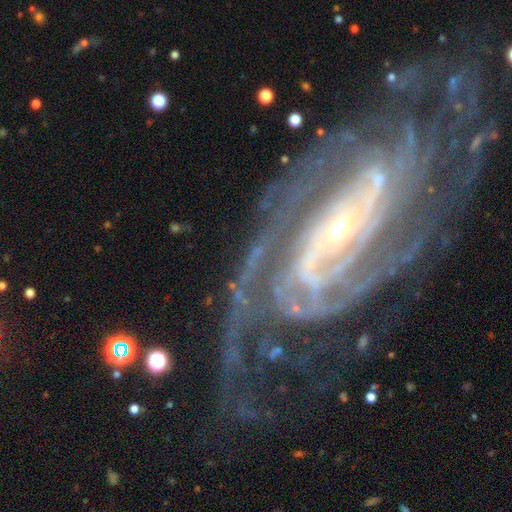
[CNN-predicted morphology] This appears to be a featured or disk galaxy (91%) with no bar (37%), 2 (36%) tight (52%) spiral arms (98%) and a small central bulge (69%). Merging: none (55%).